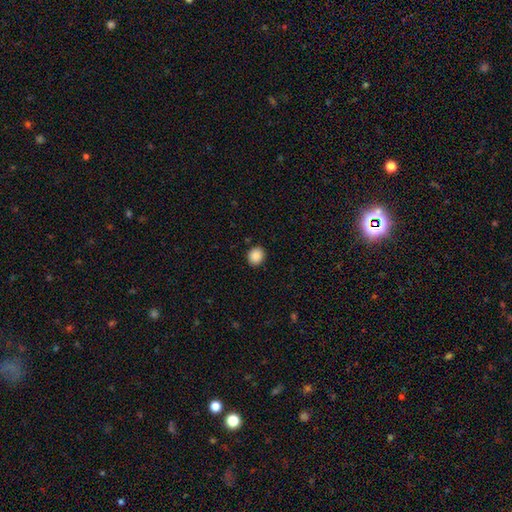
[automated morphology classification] Smooth or featured?
  - smooth: 89% *
  - star or artifact: 9%
  - featured or disk: 3%
How rounded?
  - round: 71% *
  - in between: 28%
  - cigar-shaped: 1%
Merging?
  - none: 90% *
  - minor disturbance: 7%
  - major disturbance: 2%
  - merger: 1%